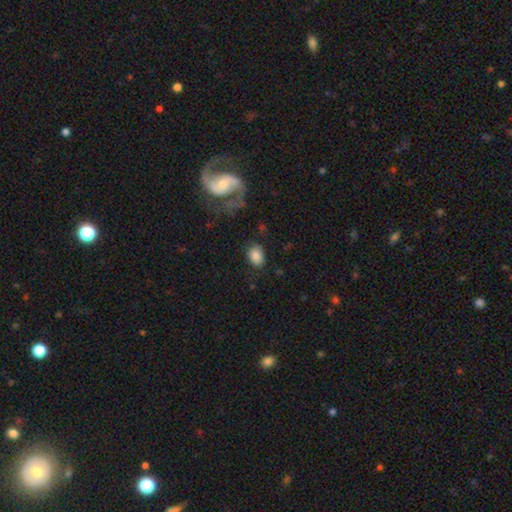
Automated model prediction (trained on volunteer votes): A smooth galaxy with no disk features (84%) that is in between round and cigar-shaped (75%).

Vote fractions:
- Smooth or featured? smooth: 84% / star or artifact: 8% / featured or disk: 7%
- How rounded? in between: 75% / round: 24% / cigar-shaped: 1%
- Merging? none: 75% / minor disturbance: 16% / major disturbance: 6% / merger: 3%